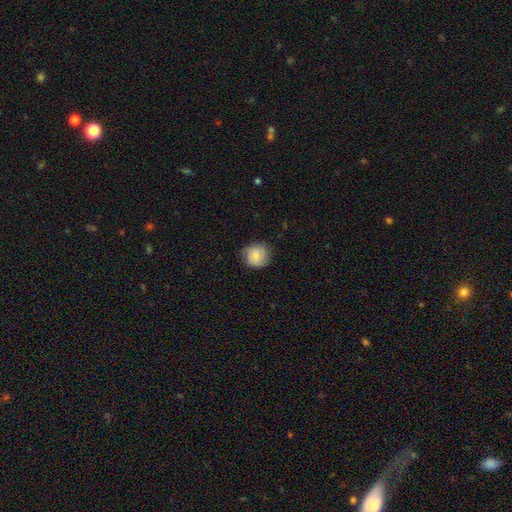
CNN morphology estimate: Smooth or featured?
  - smooth: 77% *
  - featured or disk: 16%
  - star or artifact: 7%
How rounded?
  - round: 87% *
  - in between: 12%
  - cigar-shaped: 1%
Merging?
  - none: 78% *
  - minor disturbance: 18%
  - major disturbance: 4%
  - merger: 1%